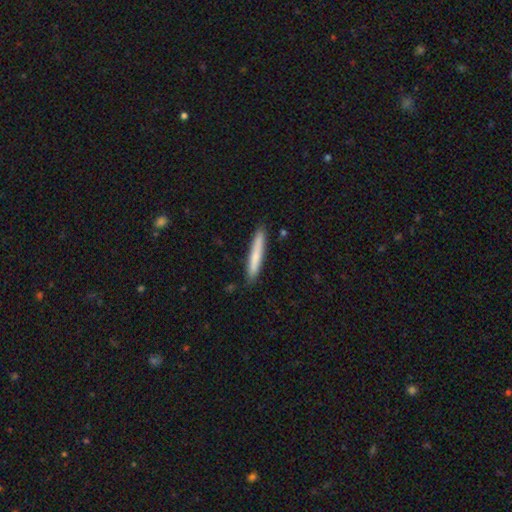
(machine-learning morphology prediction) smooth_or_featured: smooth (p=0.75) [alt: featured or disk p=0.20]
how_rounded: cigar-shaped (p=0.95) [alt: in between p=0.04]
merging: none (p=0.87) [alt: minor disturbance p=0.10]